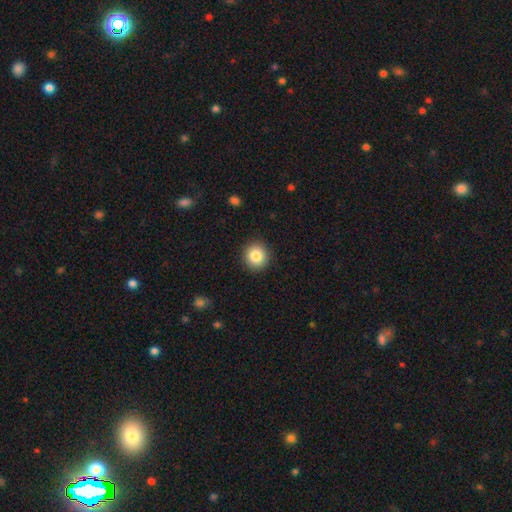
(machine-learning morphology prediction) Q: Smooth or featured?
A: smooth (84%); runner-up: star or artifact (9%)
Q: How rounded?
A: round (90%); runner-up: in between (9%)
Q: Merging?
A: none (91%); runner-up: minor disturbance (6%)